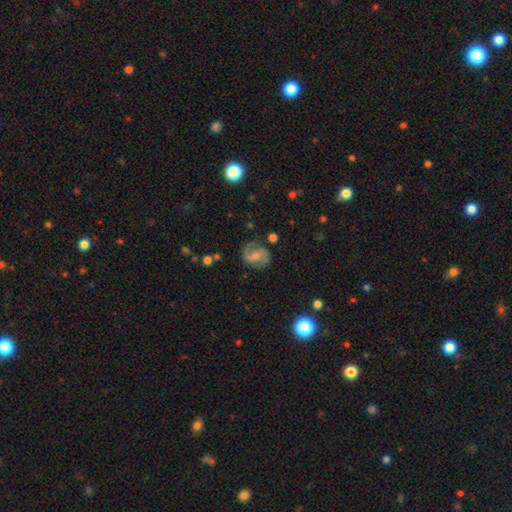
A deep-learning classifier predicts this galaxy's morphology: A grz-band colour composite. It shows a featured or disk galaxy (65%) with a weak bar (45%), 2 (83%) medium (47%) spiral arms (89%) and a small central bulge (52%). Merging: none (69%).